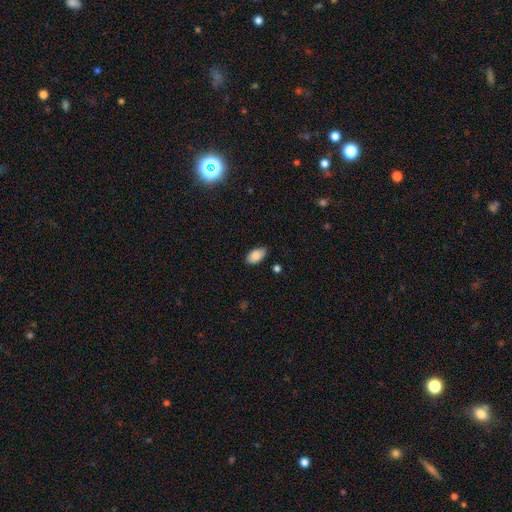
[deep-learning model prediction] smooth-or-featured: smooth: 87% | star or artifact: 7% | featured or disk: 6%
  how-rounded: in between: 95% | round: 3% | cigar-shaped: 2%
  merging: none: 81% | minor disturbance: 15% | major disturbance: 2% | merger: 1%